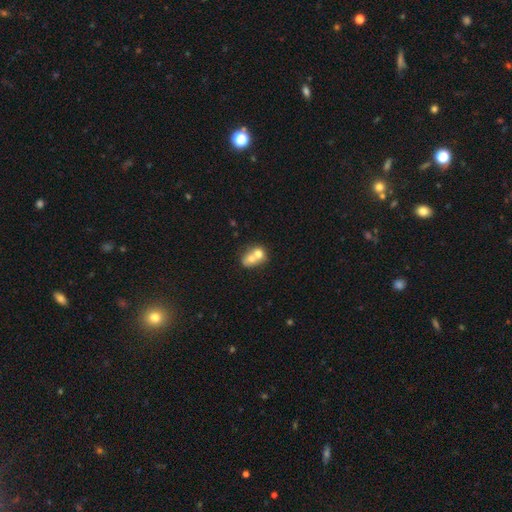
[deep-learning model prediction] Smooth or featured? smooth (63%)
How rounded? round (56%)
Merging? merger (71%)